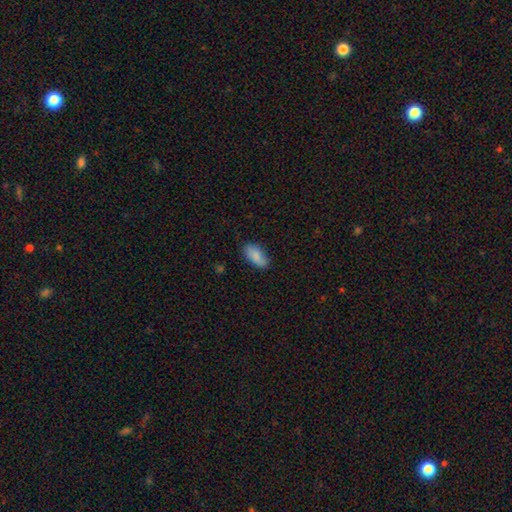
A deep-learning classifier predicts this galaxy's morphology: A smooth galaxy with no disk features (85%) that is in between round and cigar-shaped (90%). Merging: none (77%).